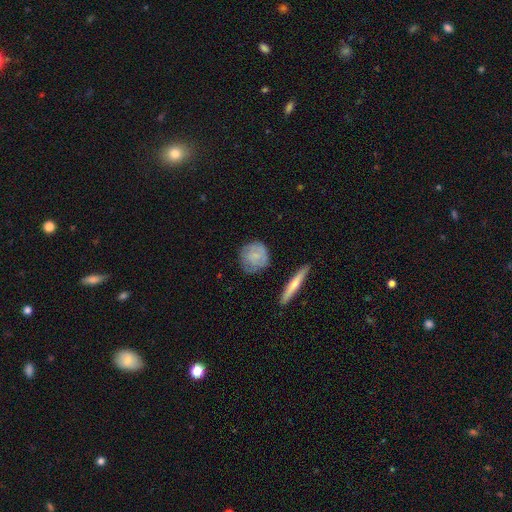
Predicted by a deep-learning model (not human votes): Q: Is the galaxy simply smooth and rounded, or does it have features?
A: smooth — 59%.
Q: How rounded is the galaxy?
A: round — 81%.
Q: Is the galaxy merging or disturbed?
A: none — 70%.